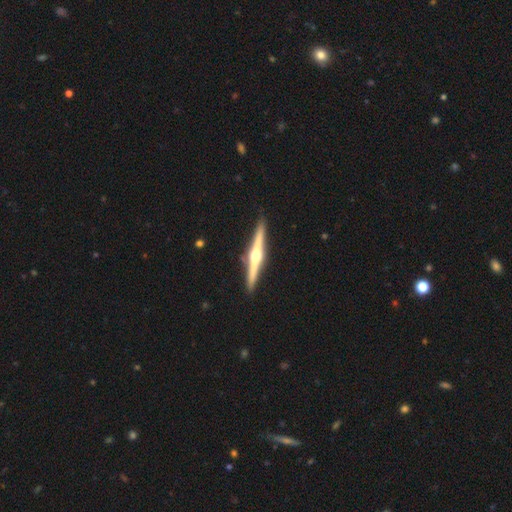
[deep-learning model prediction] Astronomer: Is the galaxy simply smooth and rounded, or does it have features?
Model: featured or disk — 81%.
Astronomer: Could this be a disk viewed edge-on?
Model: yes — 98%.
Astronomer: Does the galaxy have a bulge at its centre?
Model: rounded — 93%.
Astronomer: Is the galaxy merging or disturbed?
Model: none — 91%.